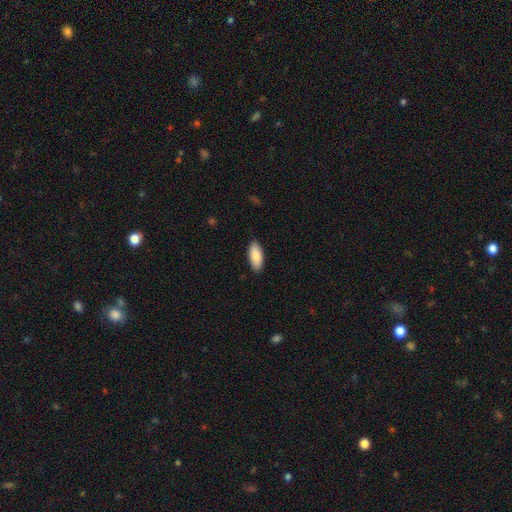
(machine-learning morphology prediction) This appears to be a smooth galaxy with no disk features (86%) that is in between round and cigar-shaped (87%). Merging: none (89%).